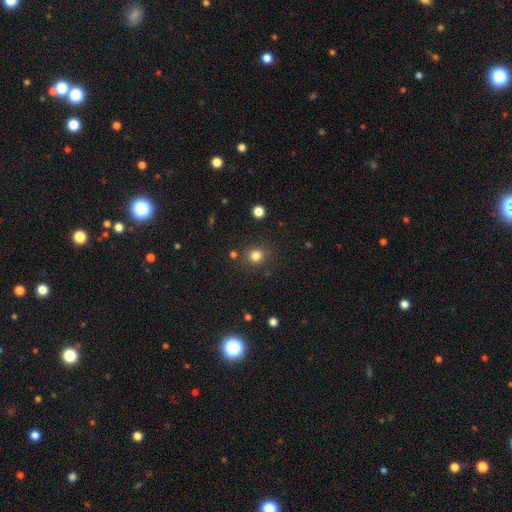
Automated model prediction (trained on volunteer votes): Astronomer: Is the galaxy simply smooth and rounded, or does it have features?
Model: smooth — 80%.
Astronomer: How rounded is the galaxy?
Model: round — 87%.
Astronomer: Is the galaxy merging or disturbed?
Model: none — 84%.